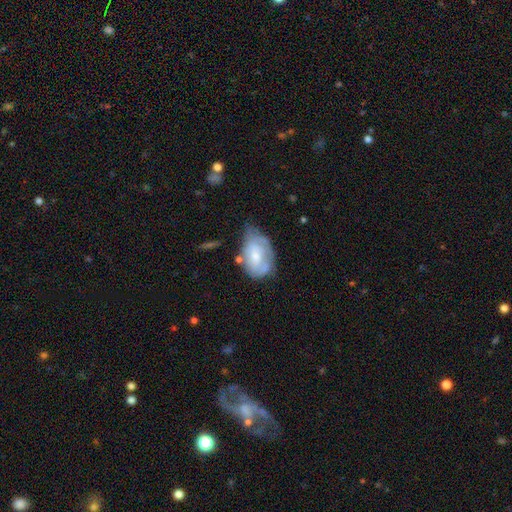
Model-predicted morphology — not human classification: smooth_or_featured: featured or disk (p=0.52) [alt: smooth p=0.41]
disk_edge_on: no (p=0.95) [alt: yes p=0.05]
merging: minor disturbance (p=0.39) [alt: none p=0.38]